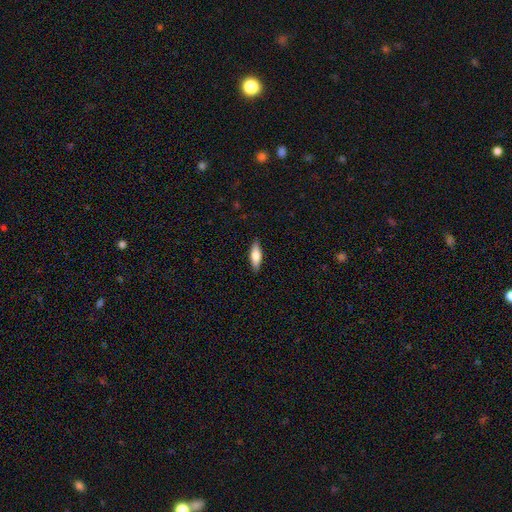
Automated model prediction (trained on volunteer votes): smooth-or-featured: smooth: 68% | featured or disk: 26% | star or artifact: 6%
  how-rounded: in between: 53% | cigar-shaped: 45% | round: 2%
  merging: none: 88% | minor disturbance: 9% | major disturbance: 2% | merger: 1%